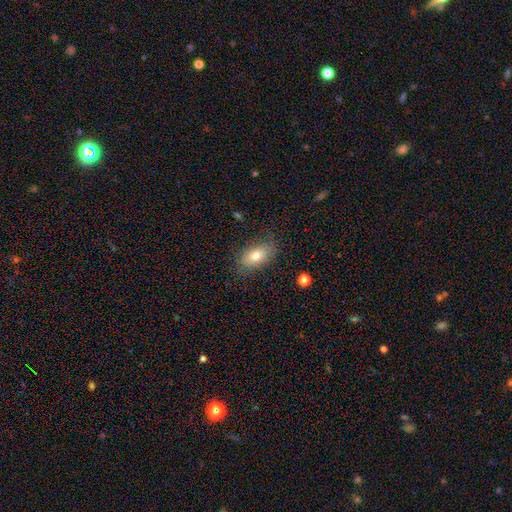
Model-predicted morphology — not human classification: Smooth or featured? smooth (79%)
How rounded? in between (89%)
Merging? none (80%)